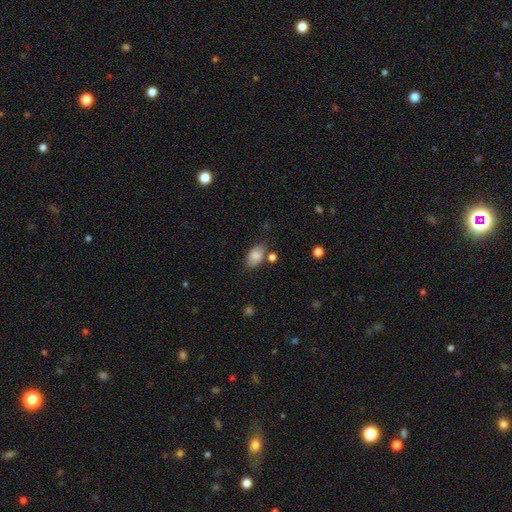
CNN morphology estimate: Smooth or featured: smooth — 81% (featured or disk — 11%)
How rounded: in between — 91% (round — 8%)
Merging: none — 71% (minor disturbance — 16%)